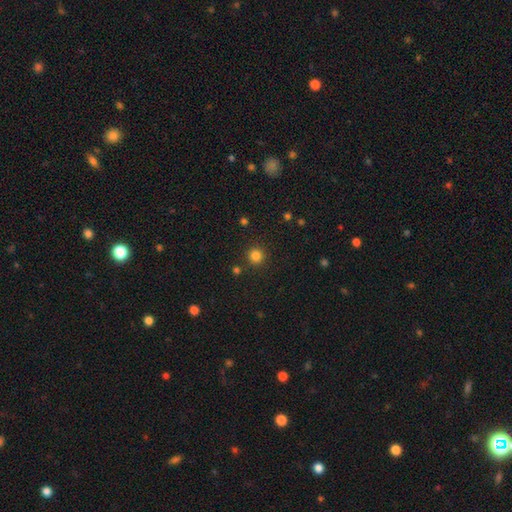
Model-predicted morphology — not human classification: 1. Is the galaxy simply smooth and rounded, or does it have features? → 82% smooth, 14% star or artifact, 4% featured or disk.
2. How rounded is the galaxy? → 94% round, 5% in between, 1% cigar-shaped.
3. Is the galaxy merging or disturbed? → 89% none, 6% minor disturbance, 3% merger, 2% major disturbance.